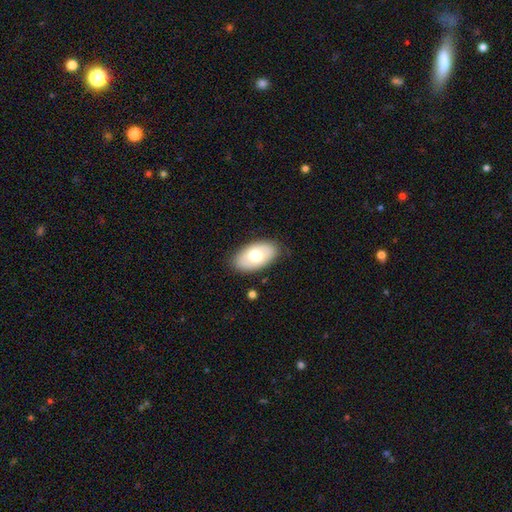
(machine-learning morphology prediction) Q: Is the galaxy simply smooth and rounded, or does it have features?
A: smooth — 67%.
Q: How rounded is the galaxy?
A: in between — 94%.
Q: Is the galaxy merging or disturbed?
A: none — 84%.